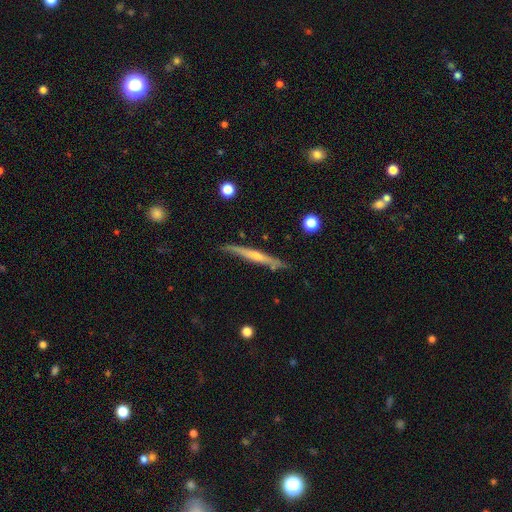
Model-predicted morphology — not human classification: Smooth or featured: featured or disk — 61% (smooth — 33%)
Edge-on disk: yes — 95% (no — 5%)
Edge-on bulge: rounded — 52% (none — 41%)
Merging: none — 81% (minor disturbance — 14%)